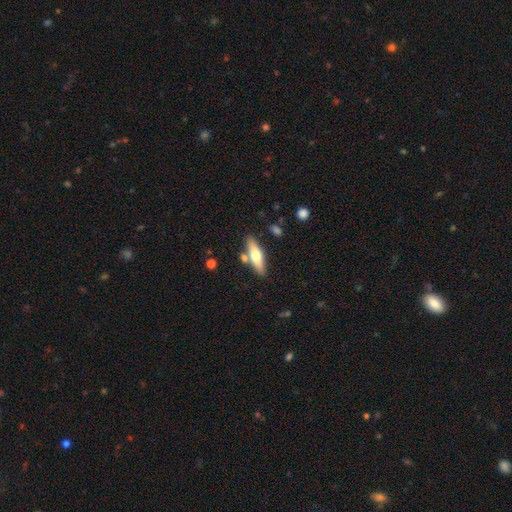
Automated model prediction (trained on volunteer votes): This appears to be a smooth galaxy with no disk features (54%) that is cigar-shaped (62%). Merging: none (76%).